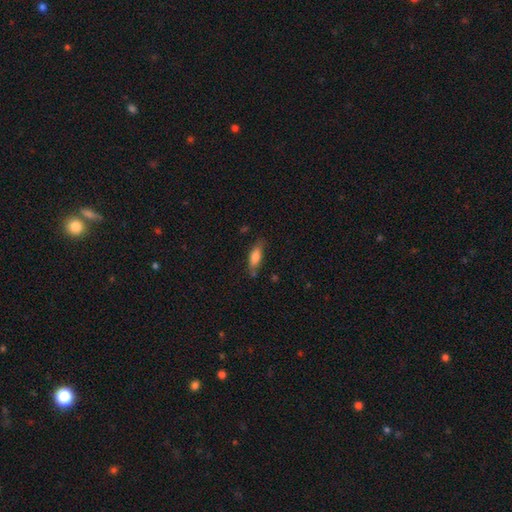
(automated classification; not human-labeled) A smooth galaxy with no disk features (77%) that is in between round and cigar-shaped (58%).

Vote fractions:
- Smooth or featured? smooth: 77% / featured or disk: 16% / star or artifact: 7%
- How rounded? in between: 58% / cigar-shaped: 40% / round: 2%
- Merging? none: 67% / minor disturbance: 23% / major disturbance: 6% / merger: 4%